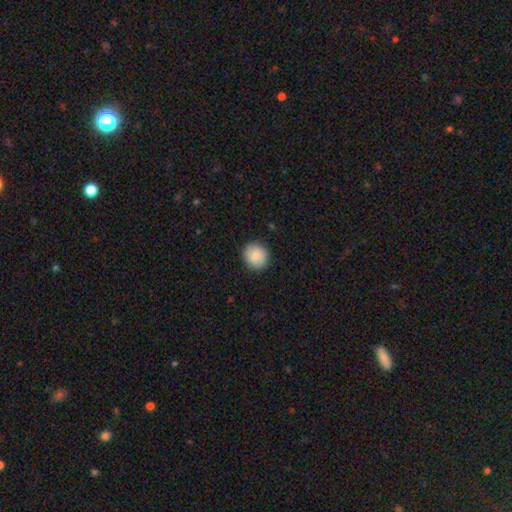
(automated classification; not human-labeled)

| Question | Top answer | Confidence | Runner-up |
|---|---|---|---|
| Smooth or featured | smooth | 87% | star or artifact (7%) |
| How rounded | round | 88% | in between (11%) |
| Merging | none | 90% | minor disturbance (8%) |